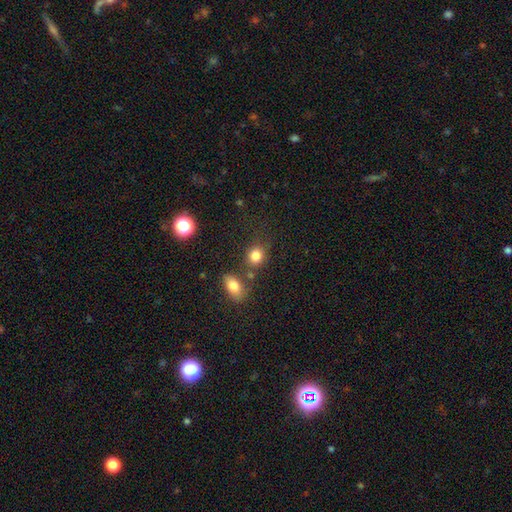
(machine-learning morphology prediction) This appears to be a smooth galaxy with no disk features (82%) that is round (62%). Merging: none (64%).